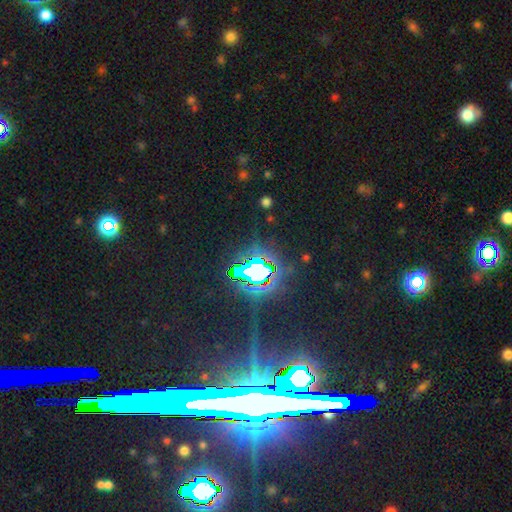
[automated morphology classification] This is likely a star or artifact rather than a galaxy (79%).